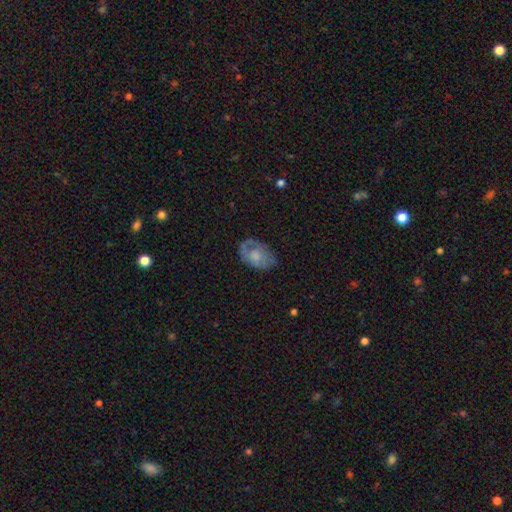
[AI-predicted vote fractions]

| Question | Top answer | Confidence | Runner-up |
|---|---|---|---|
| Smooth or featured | smooth | 52% | featured or disk (41%) |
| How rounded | in between | 83% | round (16%) |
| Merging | none | 63% | minor disturbance (25%) |